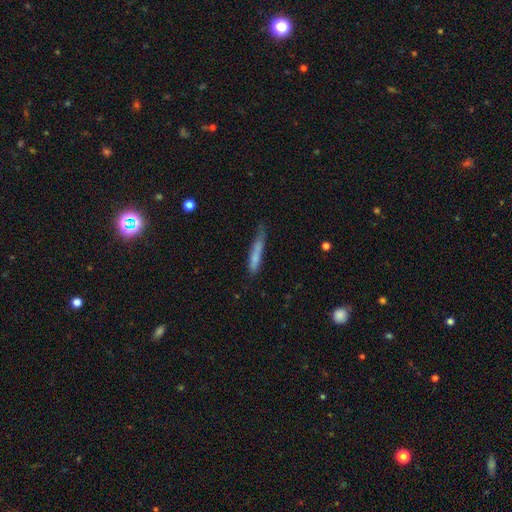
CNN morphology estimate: This is likely a smooth galaxy (70%). How rounded: clearly cigar-shaped (92%). Merging: possibly none (57%).